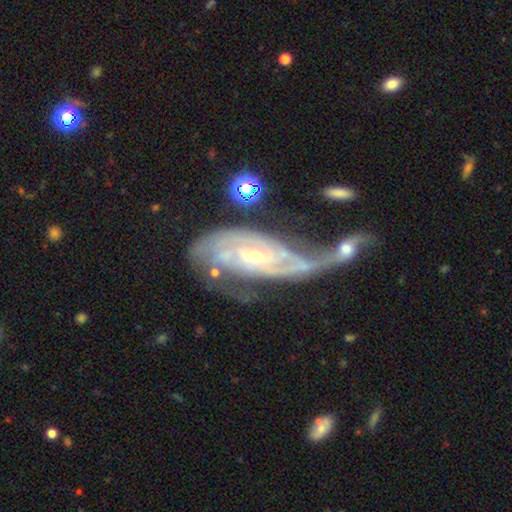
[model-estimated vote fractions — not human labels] featured or disk 89%, smooth 6%, star or artifact 5%. Down the decision tree: edge-on disk — no (94%); bar — no (52%); spiral arms — yes (96%); spiral arm count — 2 (50%); spiral winding — tight (52%); bulge size — small (61%); merging — merger (38%).